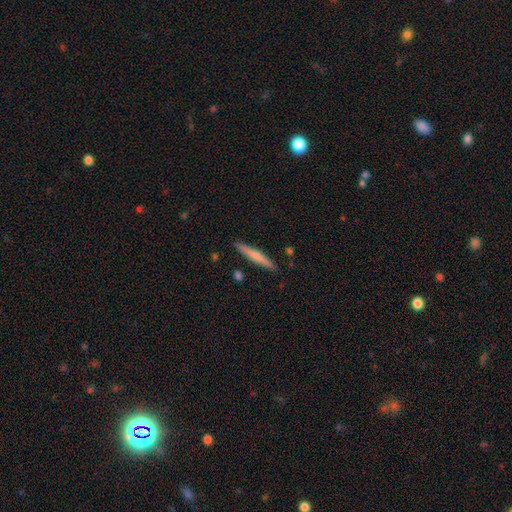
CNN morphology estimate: This is possibly a smooth galaxy (59%). How rounded: clearly cigar-shaped (95%). Merging: clearly none (90%).